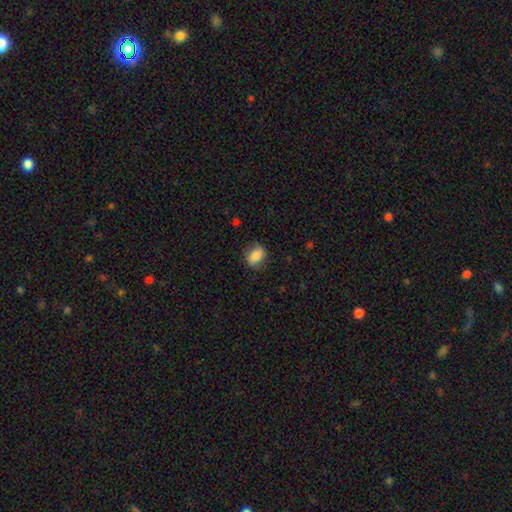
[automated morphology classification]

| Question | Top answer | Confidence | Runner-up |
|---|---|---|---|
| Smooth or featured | smooth | 84% | featured or disk (8%) |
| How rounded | in between | 73% | round (25%) |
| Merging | none | 78% | minor disturbance (17%) |